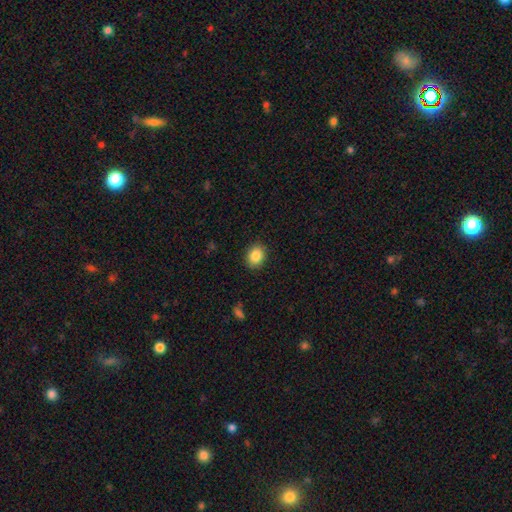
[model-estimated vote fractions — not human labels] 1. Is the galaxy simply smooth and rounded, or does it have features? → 85% smooth, 9% star or artifact, 5% featured or disk.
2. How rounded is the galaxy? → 53% round, 46% in between, 1% cigar-shaped.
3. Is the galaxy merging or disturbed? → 89% none, 8% minor disturbance, 2% major disturbance, 1% merger.